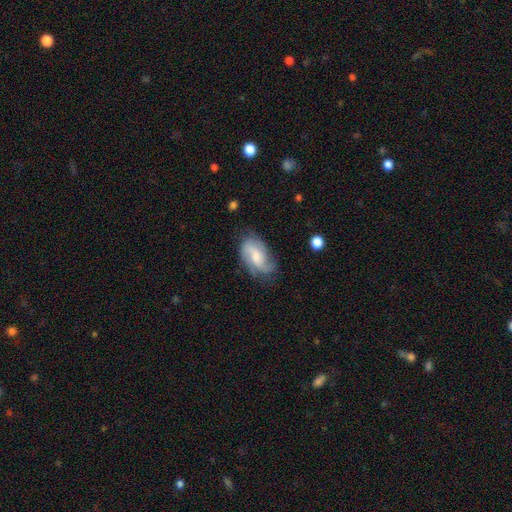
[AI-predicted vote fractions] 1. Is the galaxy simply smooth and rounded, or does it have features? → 71% featured or disk, 23% smooth, 6% star or artifact.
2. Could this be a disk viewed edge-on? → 96% no, 4% yes.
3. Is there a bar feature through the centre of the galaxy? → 50% no, 41% weak, 9% strong.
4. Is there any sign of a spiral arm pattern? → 94% yes, 6% no.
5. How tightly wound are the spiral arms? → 48% medium, 28% loose, 25% tight.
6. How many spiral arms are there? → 41% 2, 32% 3, 15% can't tell, 5% 1, 4% 4, 3% more than 4.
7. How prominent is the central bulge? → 42% moderate, 35% small, 11% none, 9% large, 2% dominant.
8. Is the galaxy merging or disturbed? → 66% none, 22% minor disturbance, 10% major disturbance, 2% merger.